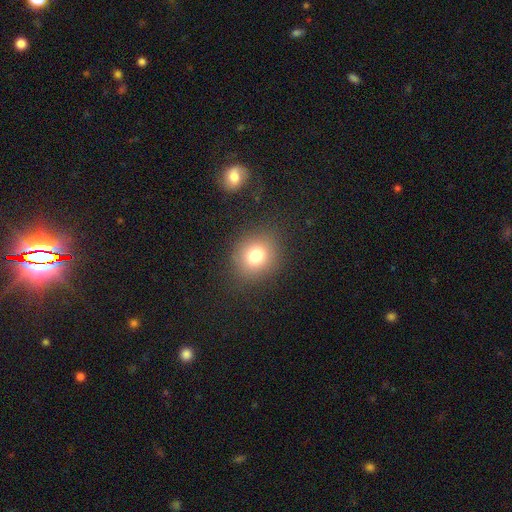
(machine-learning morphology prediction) Smooth or featured? Predicted: smooth (p=0.78). How rounded? Predicted: round (p=0.75). Merging? Predicted: none (p=0.85).